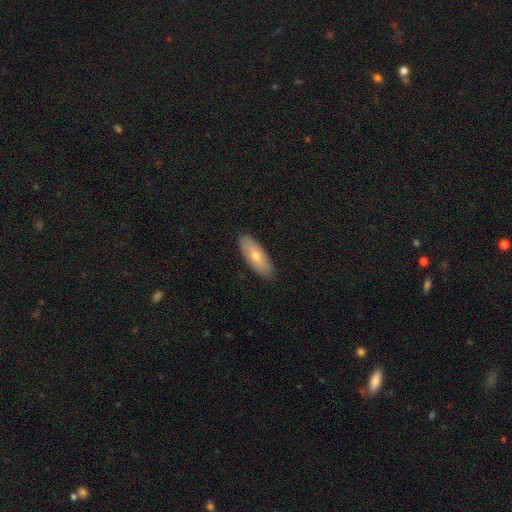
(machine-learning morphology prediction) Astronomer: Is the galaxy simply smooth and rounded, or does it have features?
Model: smooth — 63%.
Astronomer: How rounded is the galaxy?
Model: in between — 68%.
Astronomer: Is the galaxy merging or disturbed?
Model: none — 88%.